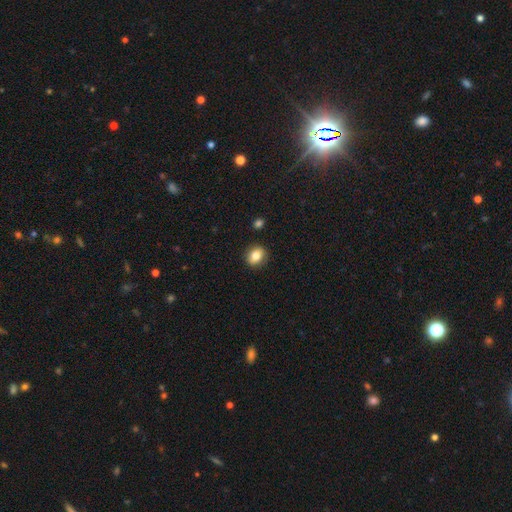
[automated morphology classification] smooth 80%, featured or disk 11%, star or artifact 9%. Down the decision tree: how rounded — round (55%); merging — none (88%).